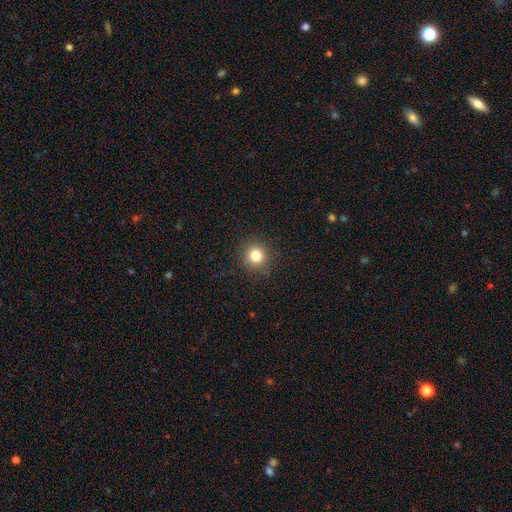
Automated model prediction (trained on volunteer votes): The model was most divided on "smooth or featured": smooth: 81%, star or artifact: 13%, featured or disk: 6%. More confident: how rounded — round (94%); merging — none (91%).